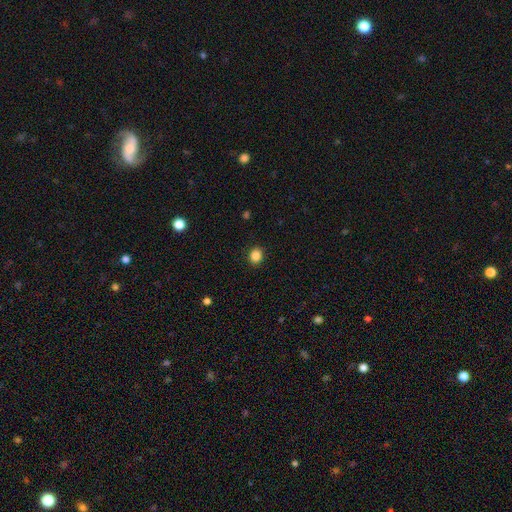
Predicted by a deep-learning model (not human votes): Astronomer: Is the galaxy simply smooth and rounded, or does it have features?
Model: smooth — 86%.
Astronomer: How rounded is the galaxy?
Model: round — 70%.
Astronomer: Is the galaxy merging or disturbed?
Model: none — 91%.